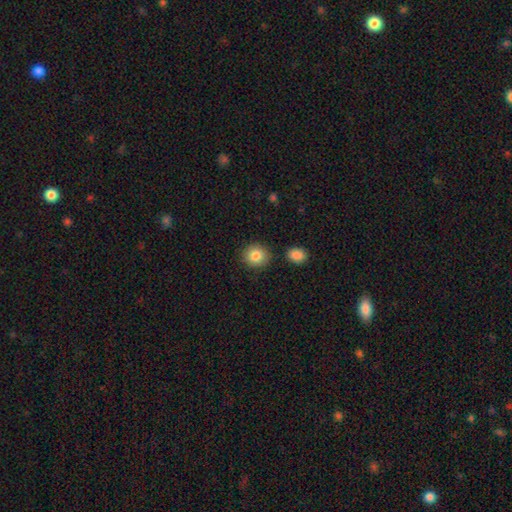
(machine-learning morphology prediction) smooth-or-featured: smooth: 86% | star or artifact: 8% | featured or disk: 6%
  how-rounded: round: 82% | in between: 17% | cigar-shaped: 1%
  merging: none: 85% | minor disturbance: 9% | merger: 4% | major disturbance: 2%